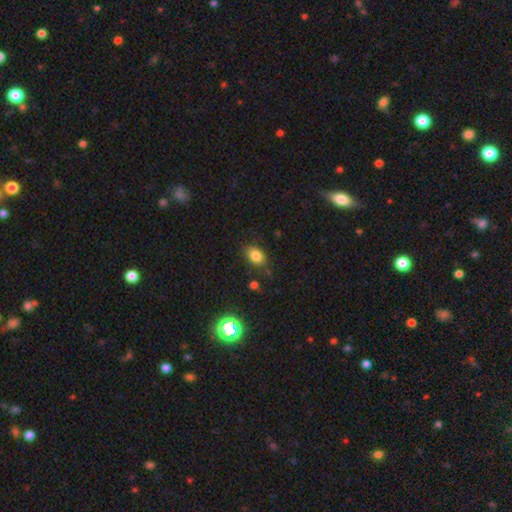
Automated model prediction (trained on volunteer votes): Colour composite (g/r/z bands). It shows a smooth galaxy with no disk features (82%) that is in between round and cigar-shaped (75%). Merging: none (80%).